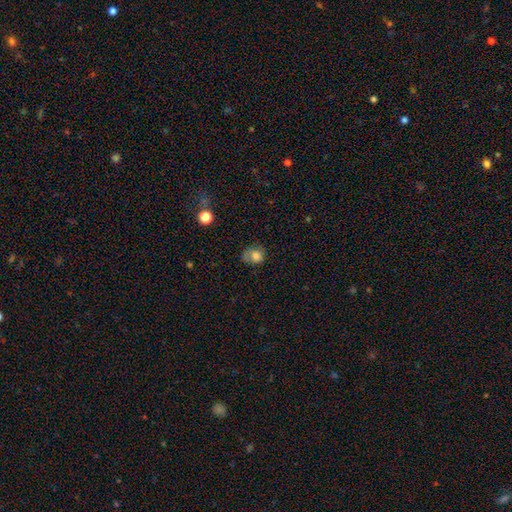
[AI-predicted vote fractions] Smooth or featured: smooth — 75% (featured or disk — 15%)
How rounded: round — 55% (in between — 44%)
Merging: none — 38% (minor disturbance — 33%)